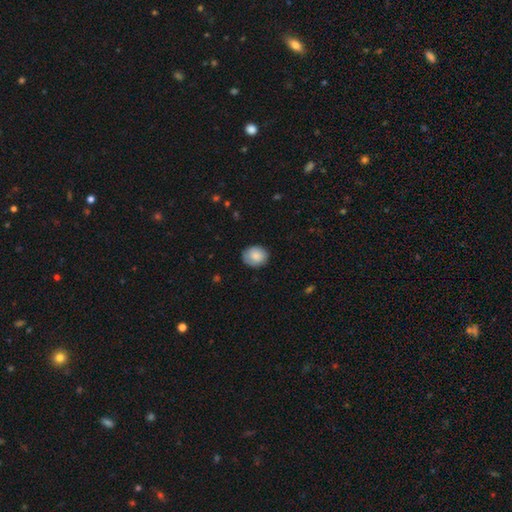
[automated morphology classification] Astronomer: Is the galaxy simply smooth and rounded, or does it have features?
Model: smooth — 85%.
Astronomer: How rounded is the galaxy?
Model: round — 65%.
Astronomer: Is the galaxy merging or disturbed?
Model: none — 84%.